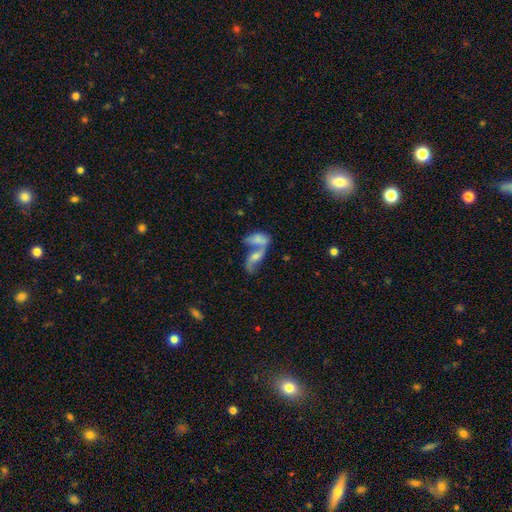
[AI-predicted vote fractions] A featured or disk galaxy (60%) with no bar (59%), spiral arms (75%) and a moderate central bulge (40%). Merging: merger (61%).